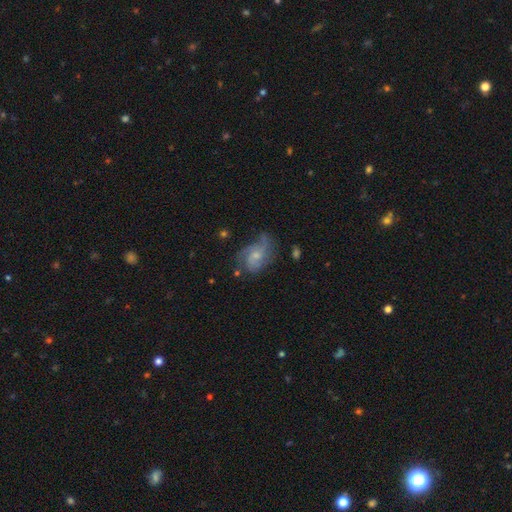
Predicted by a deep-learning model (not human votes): Overall: featured or disk (77%). Edge-on disk: no (97%). Bar: no (66%; weak 30%). Spiral arms: yes (93%). Spiral arm count: 3 (34%; 2 29%). Spiral winding: medium (46%; loose 28%). Bulge size: small (57%; moderate 33%). Merging: none (56%; minor disturbance 25%).